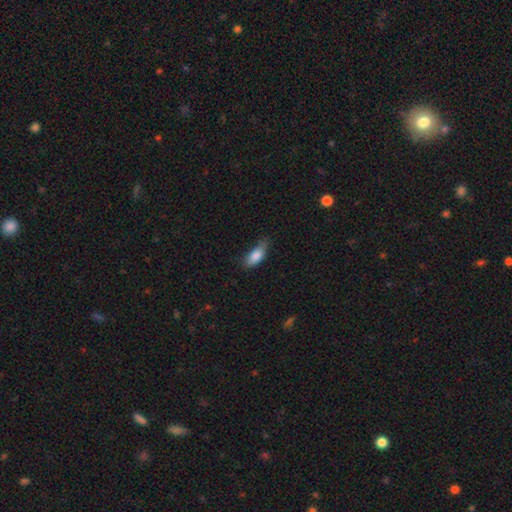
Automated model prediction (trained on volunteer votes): smooth_or_featured: smooth (p=0.84) [alt: featured or disk p=0.09]
how_rounded: in between (p=0.83) [alt: cigar-shaped p=0.14]
merging: none (p=0.51) [alt: minor disturbance p=0.38]